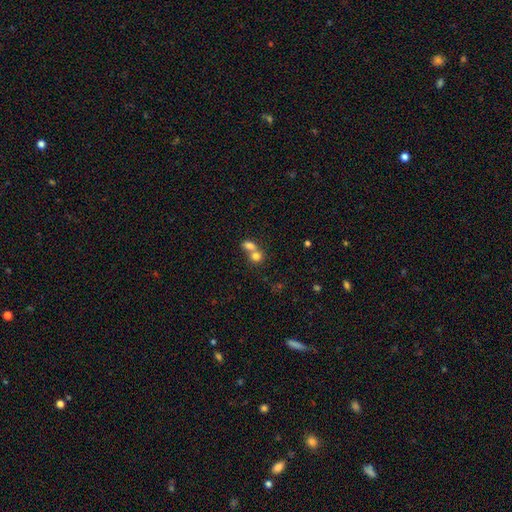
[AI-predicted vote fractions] smooth 77%, featured or disk 13%, star or artifact 11%. Down the decision tree: how rounded — round (60%); merging — merger (65%).